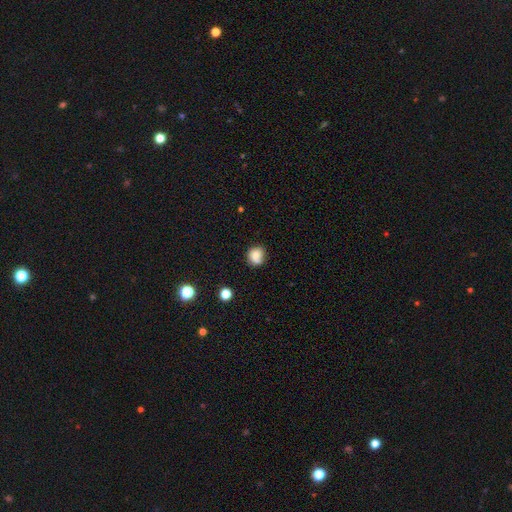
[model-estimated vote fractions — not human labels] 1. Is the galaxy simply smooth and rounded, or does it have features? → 79% smooth, 11% star or artifact, 10% featured or disk.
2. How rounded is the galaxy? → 78% round, 21% in between, 1% cigar-shaped.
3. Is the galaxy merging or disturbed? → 63% none, 21% minor disturbance, 11% merger, 5% major disturbance.